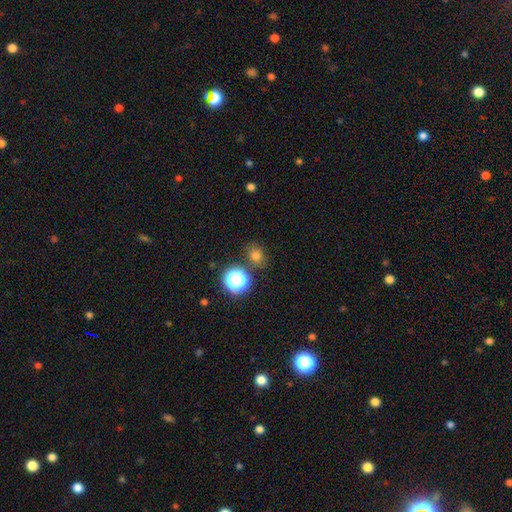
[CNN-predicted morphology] type=smooth (72%); roundness=round (60%); merging=none (78%).